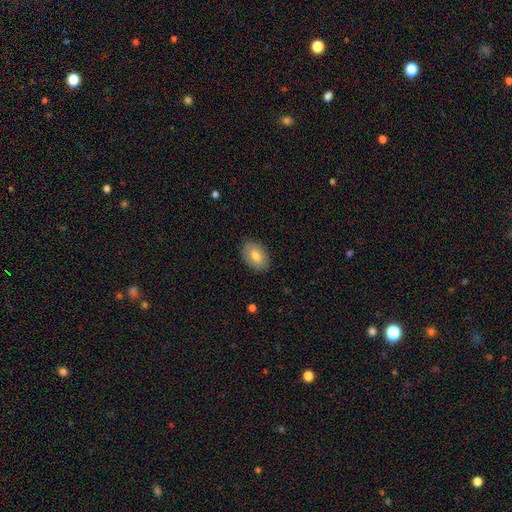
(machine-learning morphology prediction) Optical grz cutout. It shows a smooth galaxy with no disk features (74%) that is in between round and cigar-shaped (86%). Merging: none (86%).